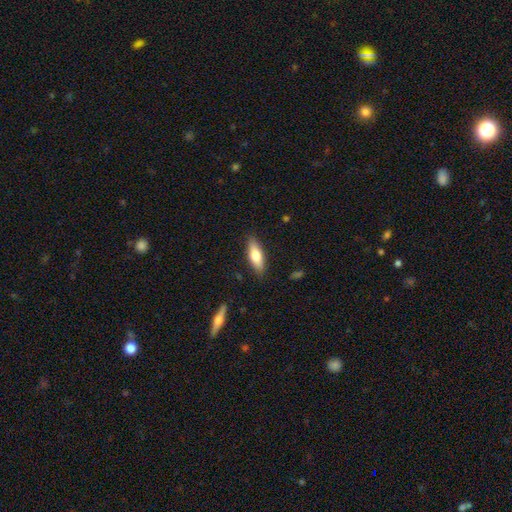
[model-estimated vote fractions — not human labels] Smooth or featured? smooth (69%)
How rounded? in between (57%)
Merging? none (87%)